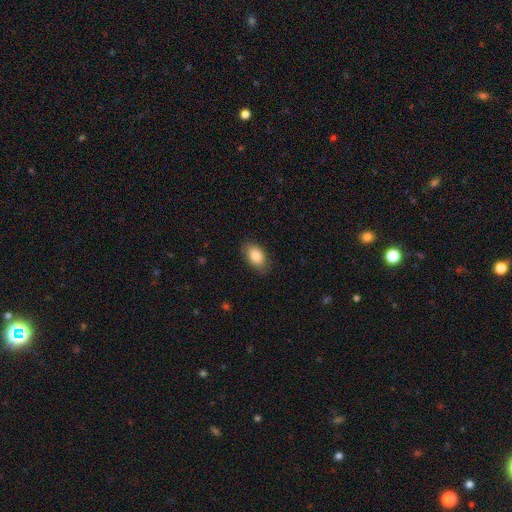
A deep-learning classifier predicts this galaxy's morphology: Q: Smooth or featured?
A: smooth (85%); runner-up: featured or disk (8%)
Q: How rounded?
A: in between (91%); runner-up: round (8%)
Q: Merging?
A: none (83%); runner-up: minor disturbance (13%)